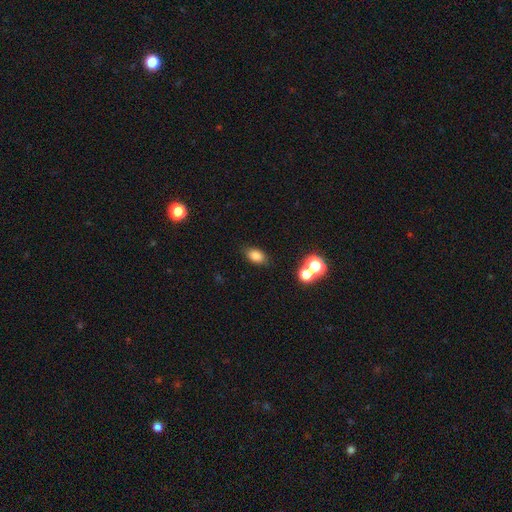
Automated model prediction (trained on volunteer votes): A smooth galaxy with no disk features (82%) that is in between round and cigar-shaped (86%). Merging: none (82%).